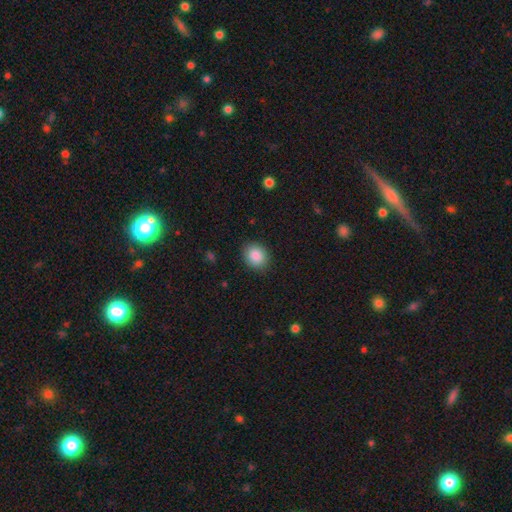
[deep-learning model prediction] smooth_or_featured: smooth (p=0.87) [alt: star or artifact p=0.09]
how_rounded: round (p=0.64) [alt: in between p=0.35]
merging: none (p=0.88) [alt: minor disturbance p=0.09]